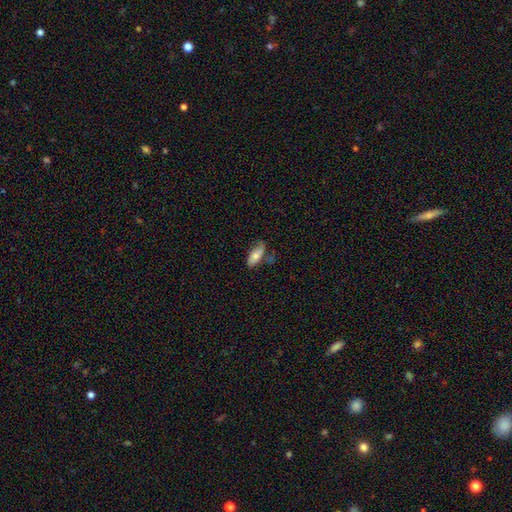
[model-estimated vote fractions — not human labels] smooth-or-featured: smooth: 72% | featured or disk: 22% | star or artifact: 7%
  how-rounded: in between: 82% | cigar-shaped: 15% | round: 2%
  merging: none: 52% | minor disturbance: 28% | major disturbance: 10% | merger: 9%